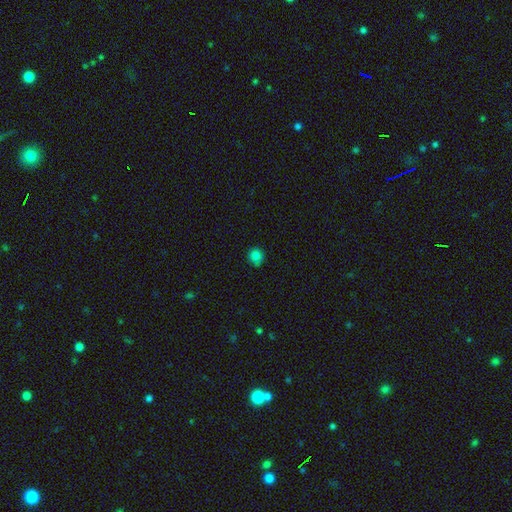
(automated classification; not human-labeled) A smooth galaxy with no disk features (82%) that is round (85%). Merging: none (81%).